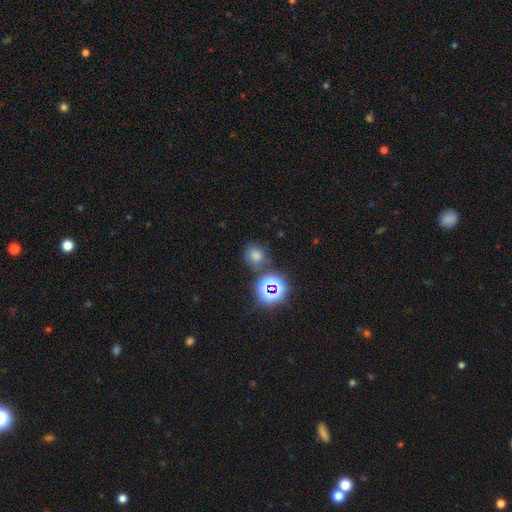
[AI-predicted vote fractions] Smooth or featured? smooth (57%)
How rounded? round (86%)
Merging? none (78%)